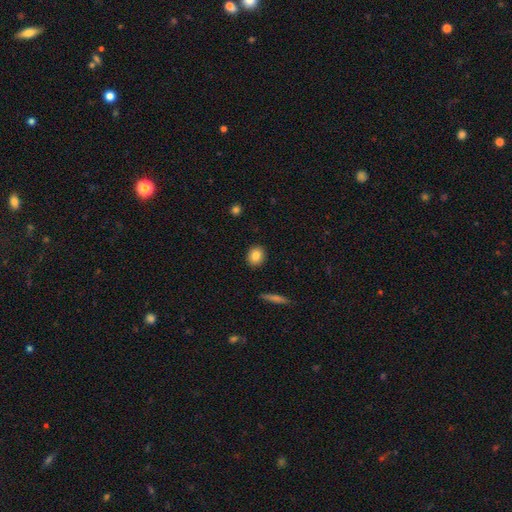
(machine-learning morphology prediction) This is clearly a smooth galaxy (84%). How rounded: likely round (71%). Merging: clearly none (91%).